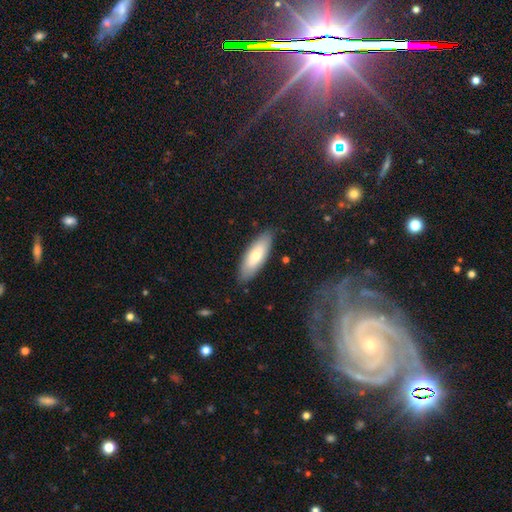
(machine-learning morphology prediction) smooth-or-featured: smooth: 70% | featured or disk: 24% | star or artifact: 6%
  how-rounded: in between: 65% | cigar-shaped: 33% | round: 2%
  merging: none: 85% | minor disturbance: 12% | major disturbance: 2% | merger: 1%